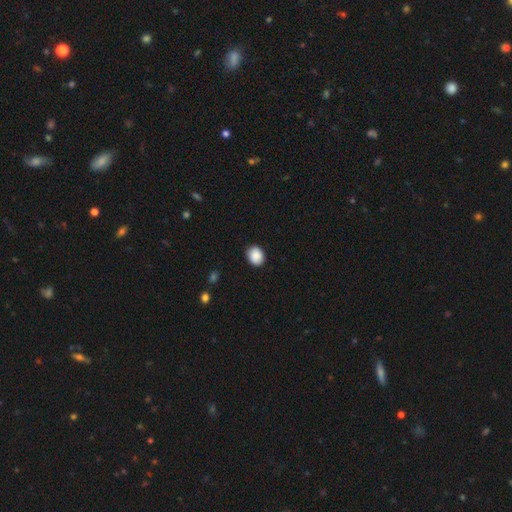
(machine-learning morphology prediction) Smooth or featured? smooth (90%)
How rounded? in between (51%)
Merging? none (88%)